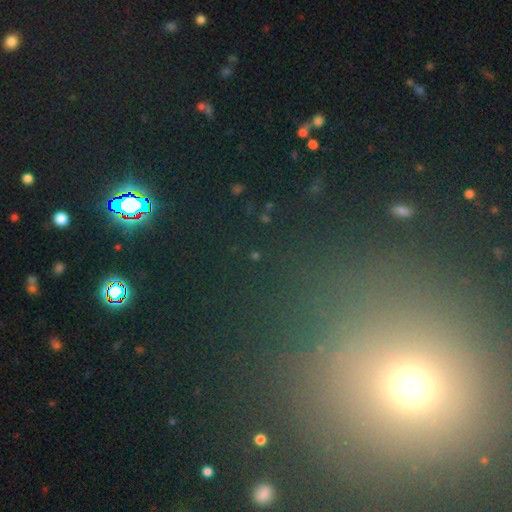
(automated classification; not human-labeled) Morphology: type=star or artifact (66%).